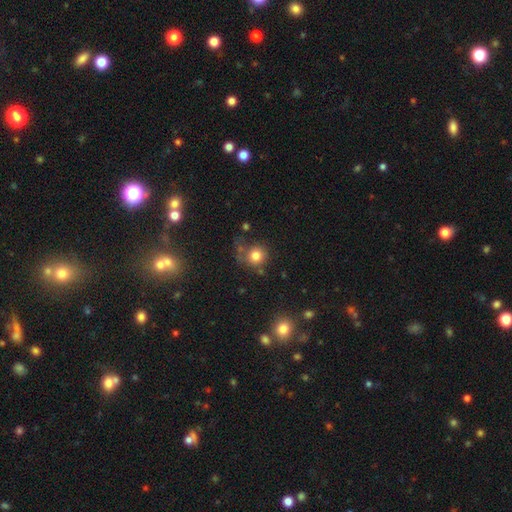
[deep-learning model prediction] The model was most divided on "merging": none: 63%, minor disturbance: 17%, merger: 10%, major disturbance: 9%. More confident: how rounded — round (89%); smooth or featured — smooth (79%).